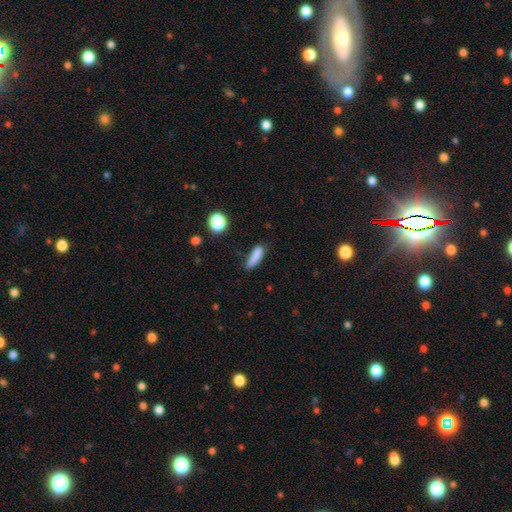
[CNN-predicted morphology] type=smooth (83%); roundness=cigar-shaped (60%); merging=none (61%).